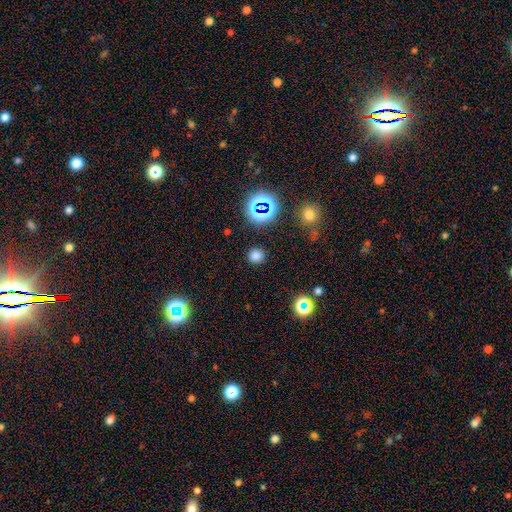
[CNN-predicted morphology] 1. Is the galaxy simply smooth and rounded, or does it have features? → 74% smooth, 21% star or artifact, 5% featured or disk.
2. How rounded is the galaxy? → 92% round, 7% in between, 1% cigar-shaped.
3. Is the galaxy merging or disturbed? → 89% none, 6% minor disturbance, 3% major disturbance, 2% merger.